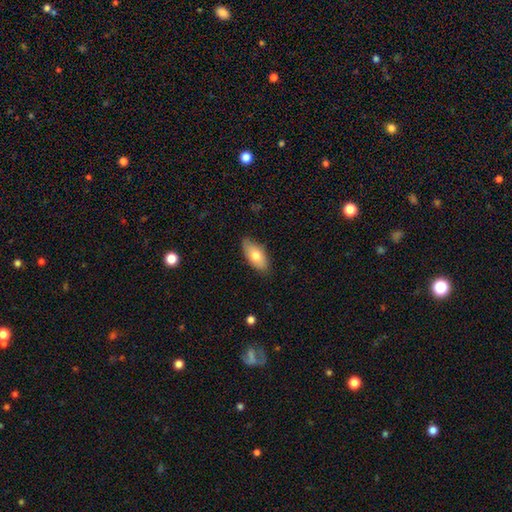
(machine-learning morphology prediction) This is likely a smooth galaxy (76%). How rounded: clearly in between (89%). Merging: clearly none (81%).